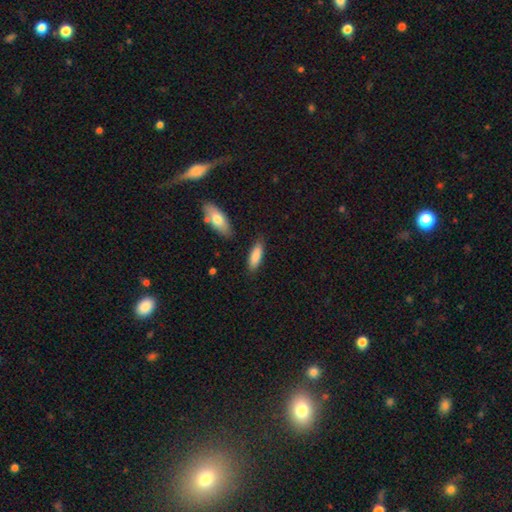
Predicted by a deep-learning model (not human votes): A smooth galaxy with no disk features (86%) that is in between round and cigar-shaped (57%). Merging: none (82%).